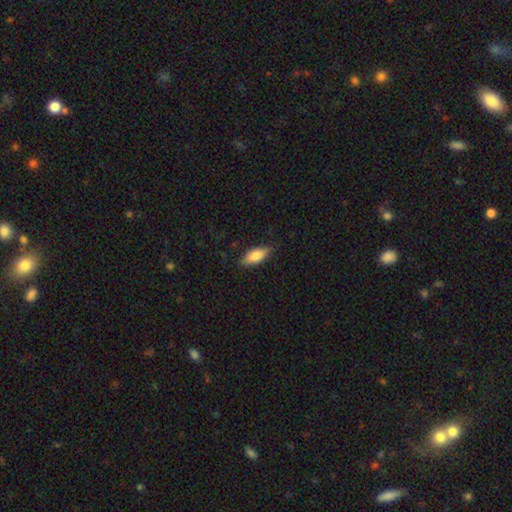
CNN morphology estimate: This is likely a smooth galaxy (78%). How rounded: likely in between (78%). Merging: clearly none (83%).